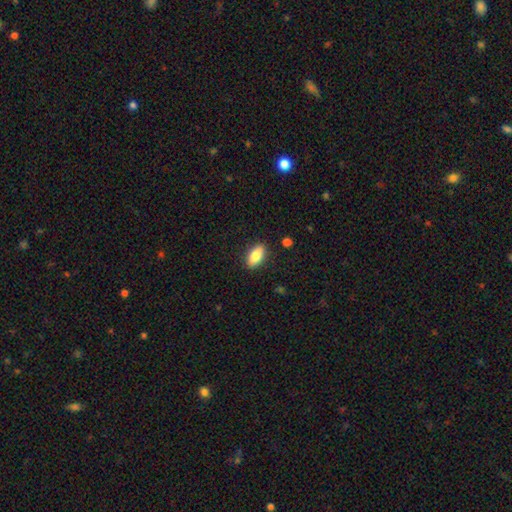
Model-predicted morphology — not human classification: smooth_or_featured: smooth (p=0.82) [alt: featured or disk p=0.12]
how_rounded: in between (p=0.88) [alt: cigar-shaped p=0.09]
merging: none (p=0.88) [alt: minor disturbance p=0.09]